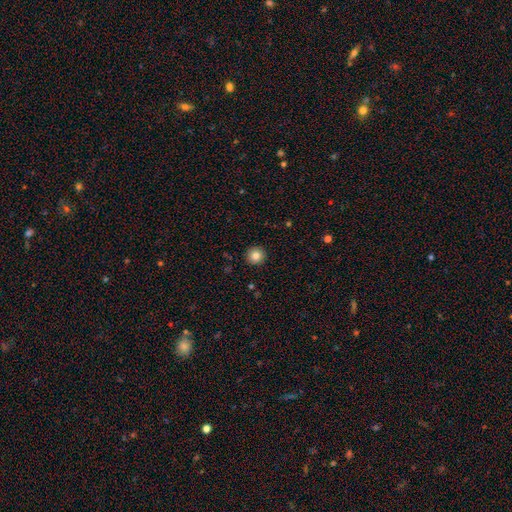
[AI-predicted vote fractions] smooth 83%, star or artifact 10%, featured or disk 7%. Down the decision tree: how rounded — round (95%); merging — none (93%).